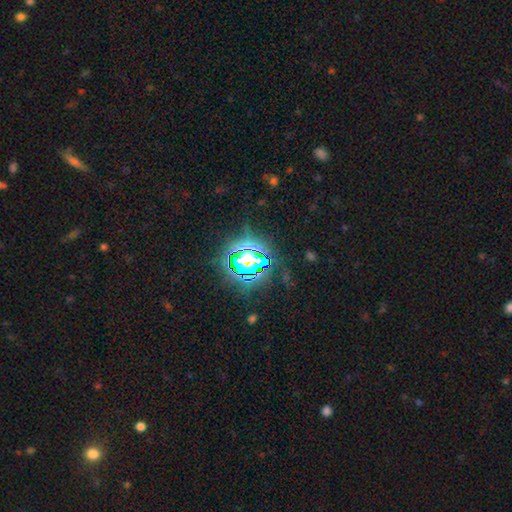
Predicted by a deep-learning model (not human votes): star or artifact 77%, smooth 14%, featured or disk 9%.